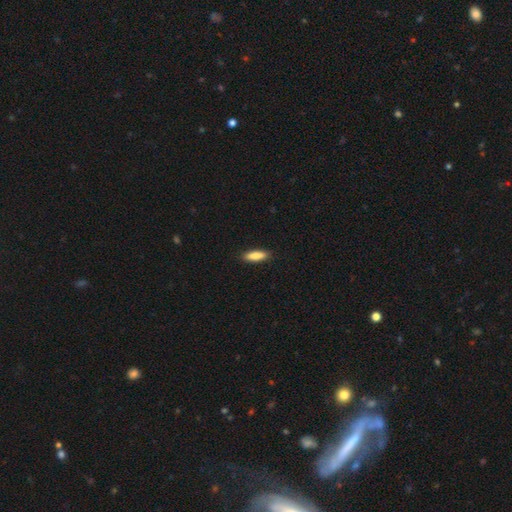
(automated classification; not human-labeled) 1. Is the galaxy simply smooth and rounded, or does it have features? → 84% smooth, 10% featured or disk, 6% star or artifact.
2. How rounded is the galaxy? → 55% cigar-shaped, 43% in between, 2% round.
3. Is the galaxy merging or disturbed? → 89% none, 9% minor disturbance, 2% major disturbance, 1% merger.